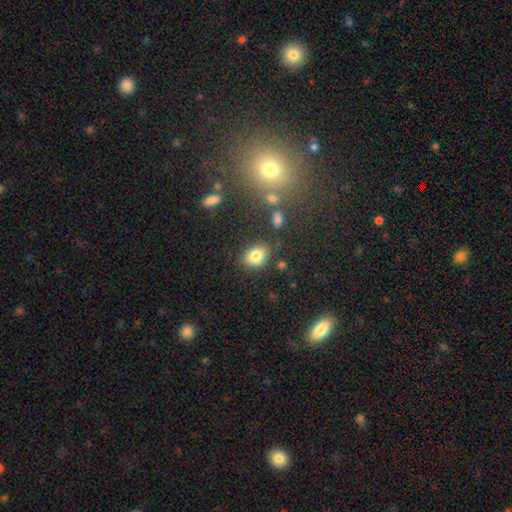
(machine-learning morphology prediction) Smooth or featured? smooth (80%)
How rounded? in between (68%)
Merging? none (72%)